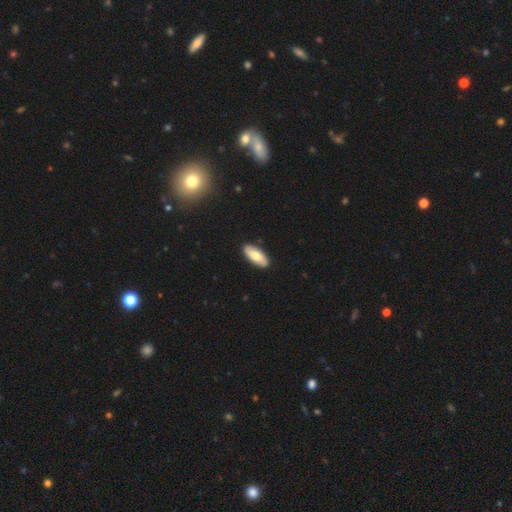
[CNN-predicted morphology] The model was most divided on "smooth or featured": smooth: 61%, featured or disk: 33%, star or artifact: 6%. More confident: merging — none (89%); how rounded — in between (84%).